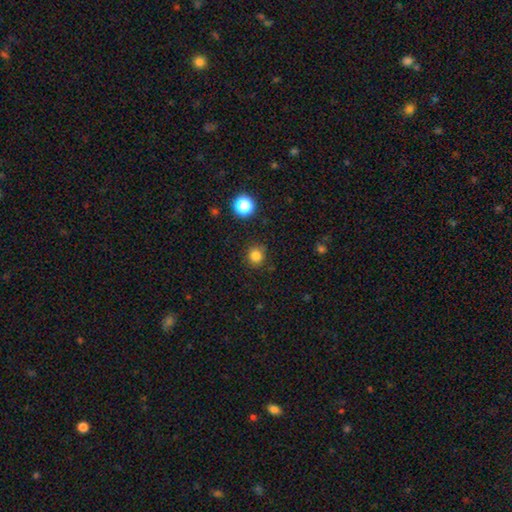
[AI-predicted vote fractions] smooth_or_featured: smooth (p=0.82) [alt: star or artifact p=0.13]
how_rounded: round (p=0.90) [alt: in between p=0.09]
merging: none (p=0.87) [alt: minor disturbance p=0.09]